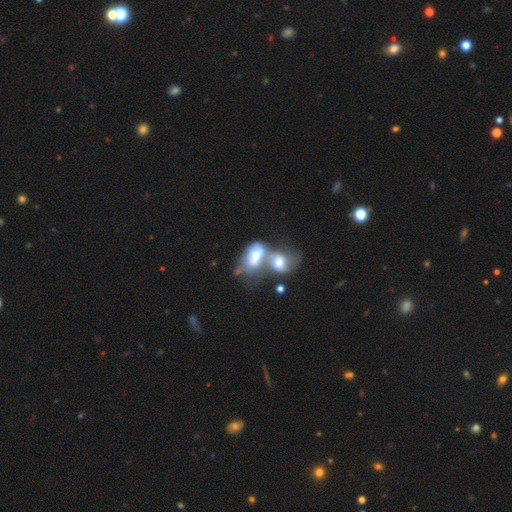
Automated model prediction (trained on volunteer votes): A smooth galaxy with no disk features (47%). Merging: merger (78%).